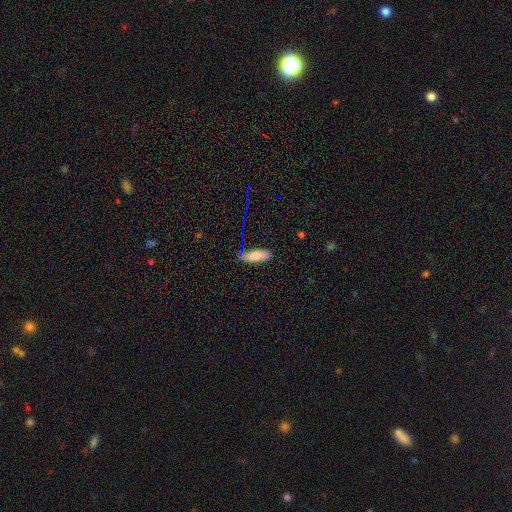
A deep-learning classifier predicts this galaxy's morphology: Smooth or featured? Predicted: smooth (p=0.63). How rounded? Predicted: in between (p=0.59). Merging? Predicted: none (p=0.68).